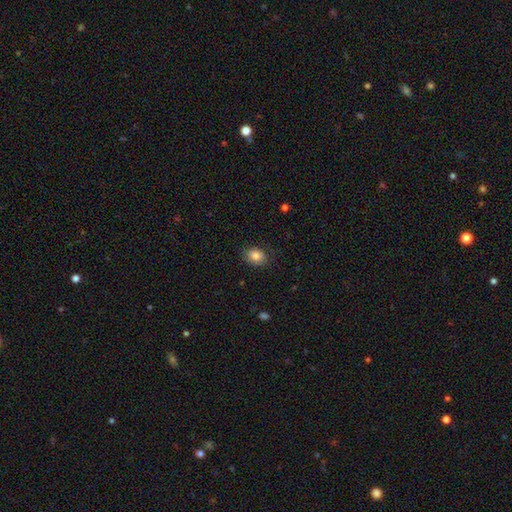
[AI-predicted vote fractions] Smooth or featured? smooth (85%)
How rounded? in between (59%)
Merging? none (83%)